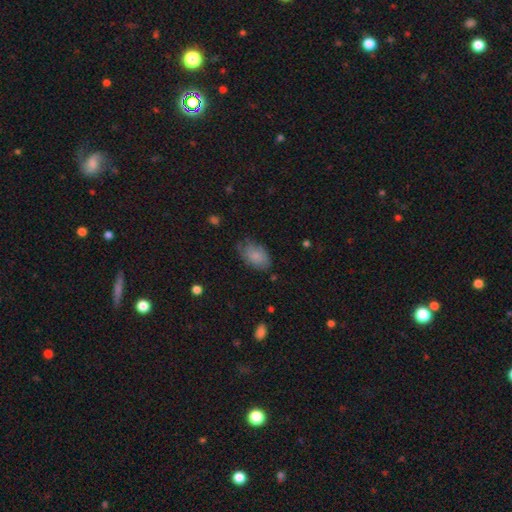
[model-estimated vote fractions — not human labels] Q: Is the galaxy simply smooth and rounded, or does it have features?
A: smooth — 80%.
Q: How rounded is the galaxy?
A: in between — 91%.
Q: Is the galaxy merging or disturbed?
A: none — 65%.